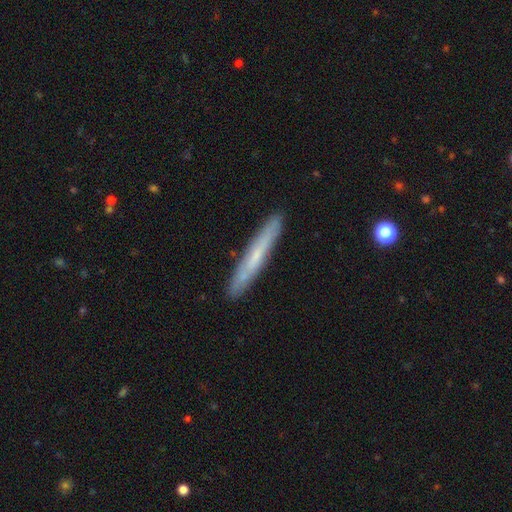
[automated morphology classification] Smooth or featured: smooth — 49% (featured or disk — 45%)
Merging: none — 90% (minor disturbance — 8%)